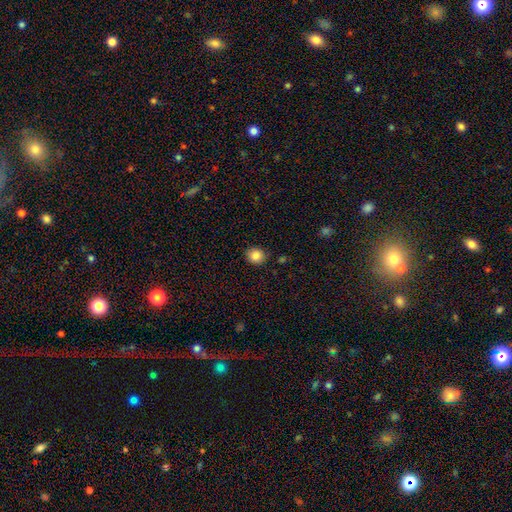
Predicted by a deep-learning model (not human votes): This appears to be a smooth galaxy with no disk features (86%) that is round (79%). Merging: none (86%).